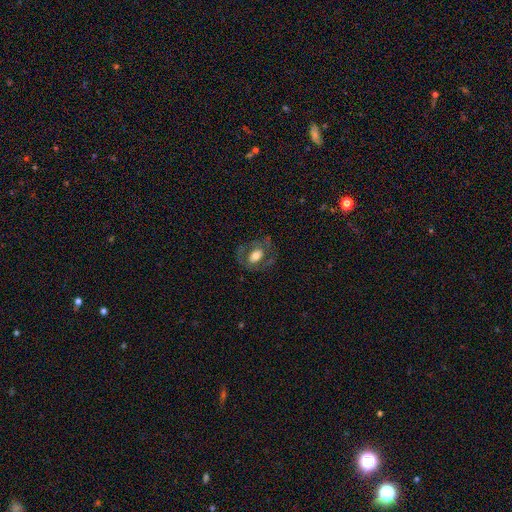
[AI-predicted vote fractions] smooth-or-featured: featured or disk: 47% | smooth: 45% | star or artifact: 8%
  merging: none: 64% | minor disturbance: 18% | major disturbance: 16% | merger: 2%